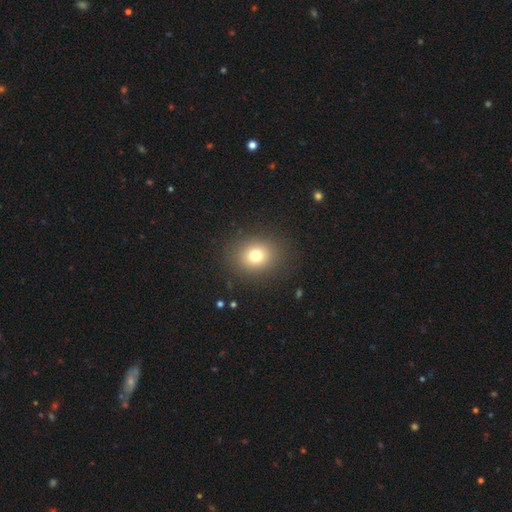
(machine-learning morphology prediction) A smooth galaxy with no disk features (76%) that is round (67%).

Vote fractions:
- Smooth or featured? smooth: 76% / star or artifact: 14% / featured or disk: 10%
- How rounded? round: 67% / in between: 32% / cigar-shaped: 1%
- Merging? none: 87% / minor disturbance: 8% / major disturbance: 4% / merger: 1%